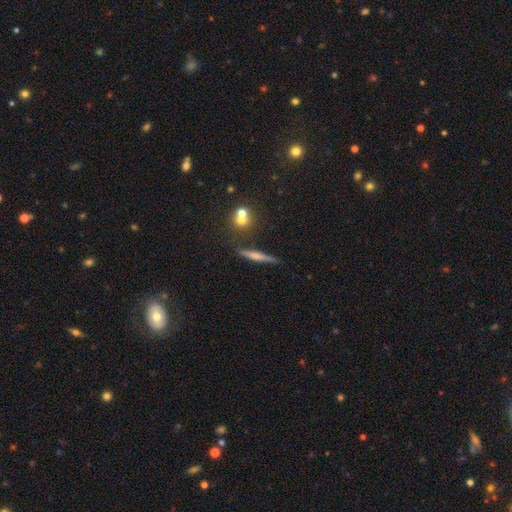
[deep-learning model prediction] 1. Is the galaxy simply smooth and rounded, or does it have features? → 49% smooth, 42% featured or disk, 9% star or artifact.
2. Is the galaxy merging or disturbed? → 78% none, 12% minor disturbance, 6% merger, 3% major disturbance.